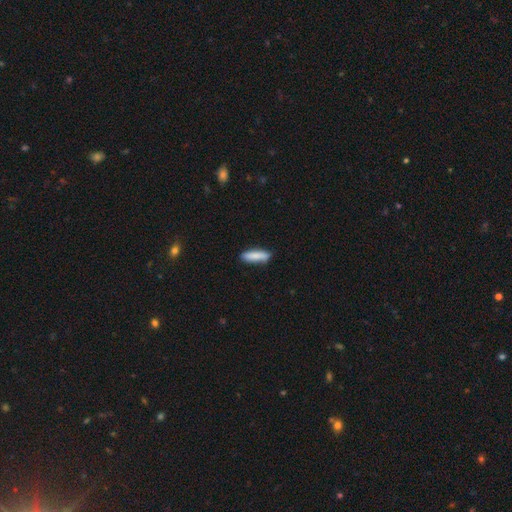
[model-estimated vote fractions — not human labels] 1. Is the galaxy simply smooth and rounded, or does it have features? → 85% smooth, 9% featured or disk, 6% star or artifact.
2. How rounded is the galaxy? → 71% cigar-shaped, 27% in between, 2% round.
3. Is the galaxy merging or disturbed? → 86% none, 11% minor disturbance, 2% major disturbance, 1% merger.